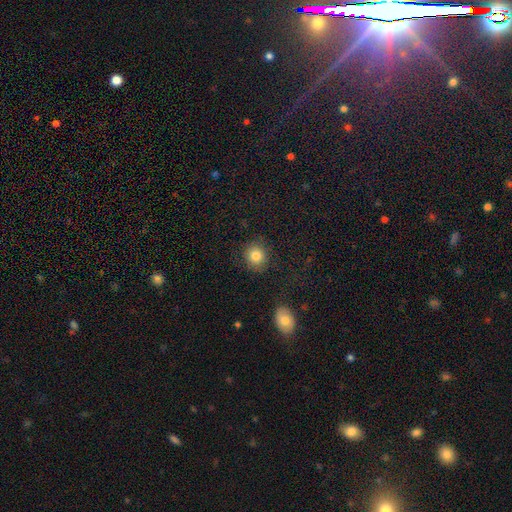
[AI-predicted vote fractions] The model was most divided on "smooth or featured": smooth: 82%, star or artifact: 11%, featured or disk: 7%. More confident: merging — none (87%); how rounded — round (86%).